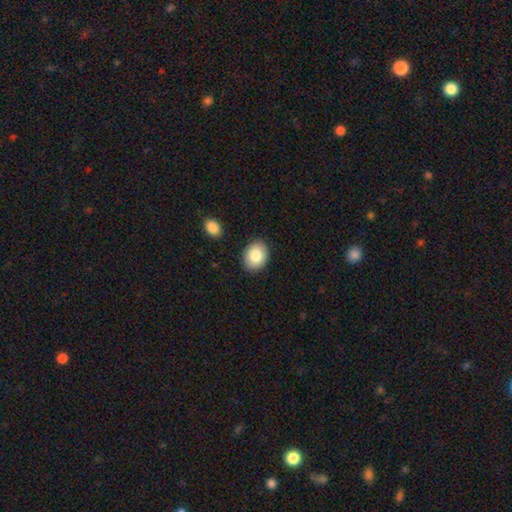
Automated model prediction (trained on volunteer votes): smooth-or-featured: smooth: 83% | featured or disk: 9% | star or artifact: 8%
  how-rounded: in between: 57% | round: 42% | cigar-shaped: 1%
  merging: none: 89% | minor disturbance: 8% | major disturbance: 2% | merger: 2%